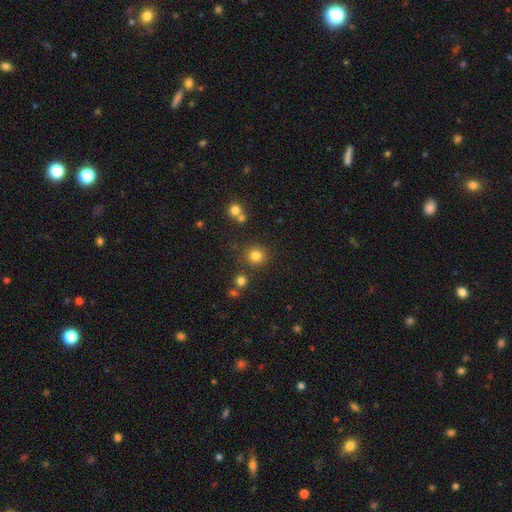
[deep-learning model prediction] Q: Smooth or featured?
A: smooth (81%); runner-up: star or artifact (14%)
Q: How rounded?
A: round (92%); runner-up: in between (7%)
Q: Merging?
A: none (84%); runner-up: minor disturbance (7%)